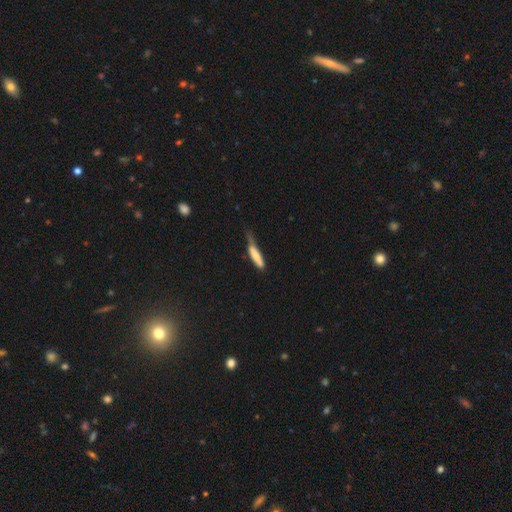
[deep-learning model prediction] Overall: smooth (71%). How rounded: cigar-shaped (80%). Merging: minor disturbance (43%; none 34%).